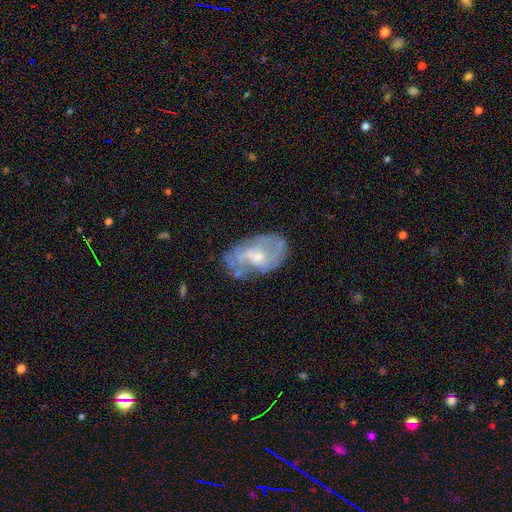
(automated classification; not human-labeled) A featured or disk galaxy (72%) with no bar (57%), spiral arms (72%) and a small central bulge (52%). Merging: none (59%).